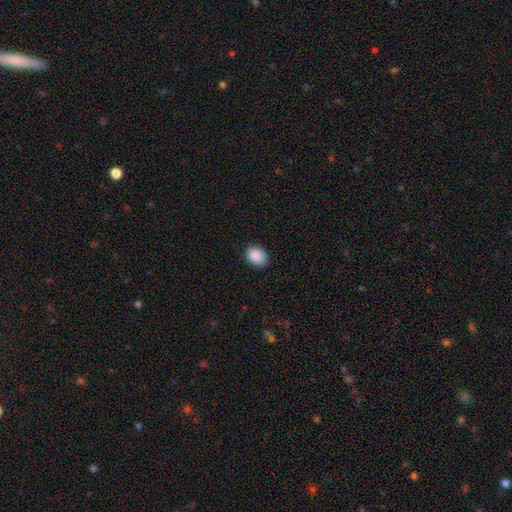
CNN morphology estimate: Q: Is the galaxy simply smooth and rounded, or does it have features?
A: smooth — 89%.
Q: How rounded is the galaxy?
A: in between — 54%.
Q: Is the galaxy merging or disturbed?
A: none — 85%.